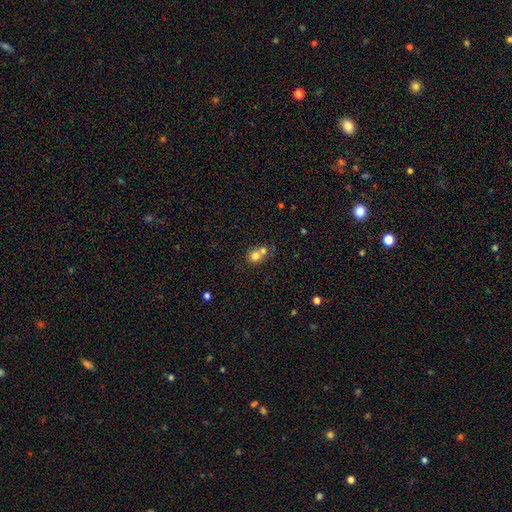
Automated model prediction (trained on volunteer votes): Smooth or featured? Predicted: smooth (p=0.75). How rounded? Predicted: round (p=0.80). Merging? Predicted: merger (p=0.53).